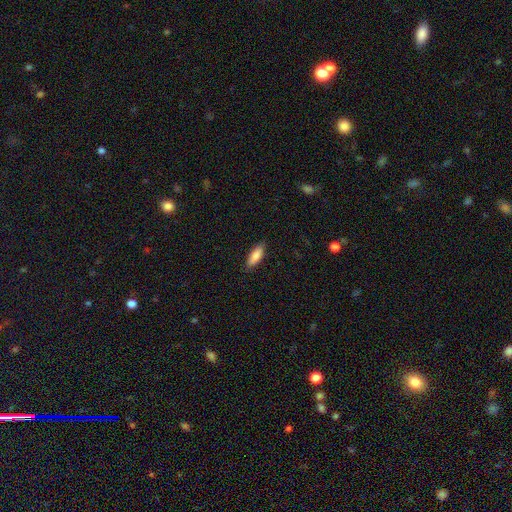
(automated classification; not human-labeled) This appears to be a smooth galaxy with no disk features (86%) that is in between round and cigar-shaped (64%). Merging: none (87%).